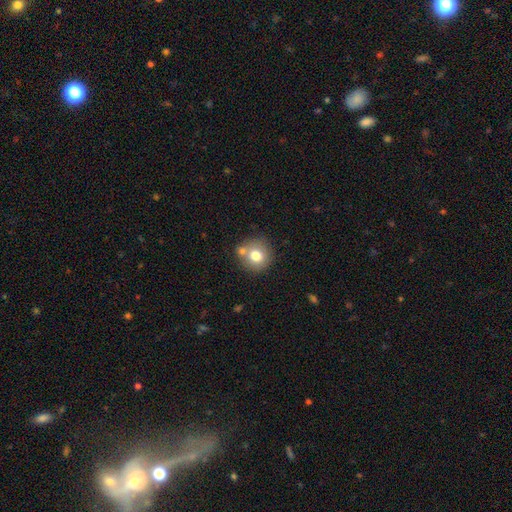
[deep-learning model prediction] The model was most divided on "merging": none: 67%, merger: 18%, minor disturbance: 11%, major disturbance: 3%. More confident: how rounded — round (90%); smooth or featured — smooth (75%).